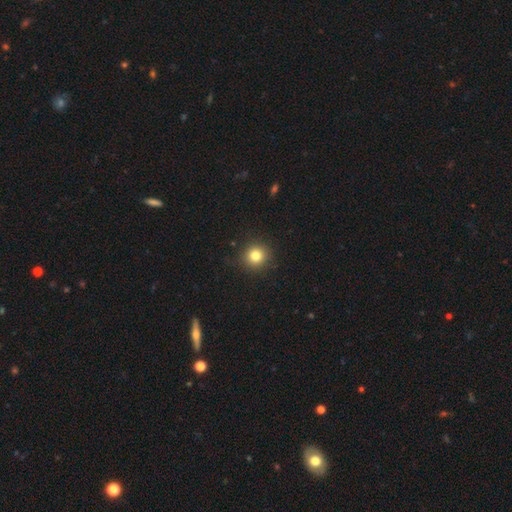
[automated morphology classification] smooth 81%, star or artifact 12%, featured or disk 7%. Down the decision tree: how rounded — round (92%); merging — none (90%).